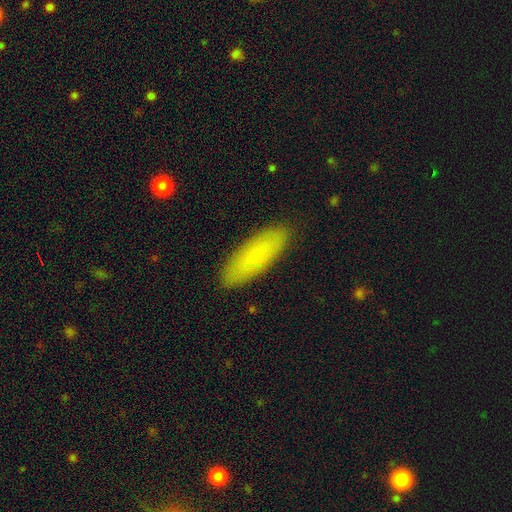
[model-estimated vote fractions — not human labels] Q: Smooth or featured?
A: smooth (68%); runner-up: featured or disk (25%)
Q: How rounded?
A: in between (61%); runner-up: cigar-shaped (37%)
Q: Merging?
A: none (88%); runner-up: minor disturbance (9%)